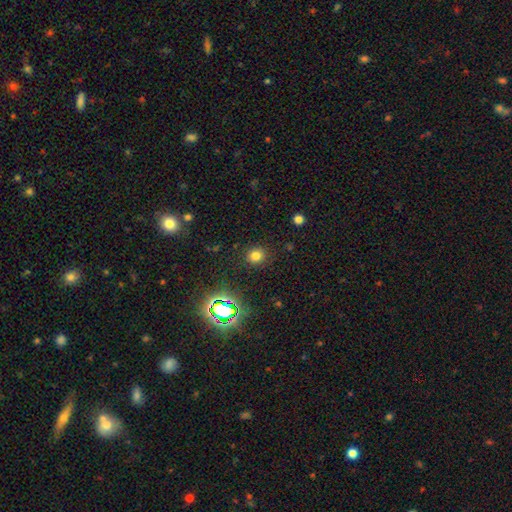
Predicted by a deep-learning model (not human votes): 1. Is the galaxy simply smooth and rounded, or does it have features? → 74% smooth, 20% star or artifact, 6% featured or disk.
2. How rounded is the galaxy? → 83% round, 16% in between, 1% cigar-shaped.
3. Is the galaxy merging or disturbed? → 88% none, 7% minor disturbance, 3% major disturbance, 1% merger.